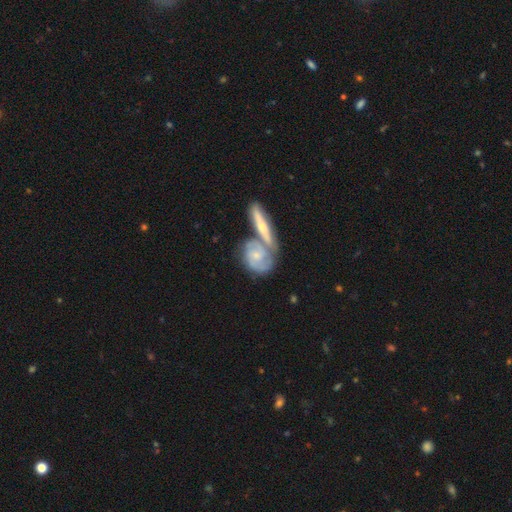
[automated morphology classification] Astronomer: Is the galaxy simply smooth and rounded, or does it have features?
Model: featured or disk — 77%.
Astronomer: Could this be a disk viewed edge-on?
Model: no — 92%.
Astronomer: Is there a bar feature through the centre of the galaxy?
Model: no — 65%.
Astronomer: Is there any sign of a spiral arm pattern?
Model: yes — 92%.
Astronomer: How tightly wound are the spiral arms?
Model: tight — 52% (runner-up: medium, 39%).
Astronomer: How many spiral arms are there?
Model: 2 — 55%.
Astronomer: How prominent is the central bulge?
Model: small — 63%.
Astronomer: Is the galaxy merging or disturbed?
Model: merger — 43% (runner-up: none, 38%).